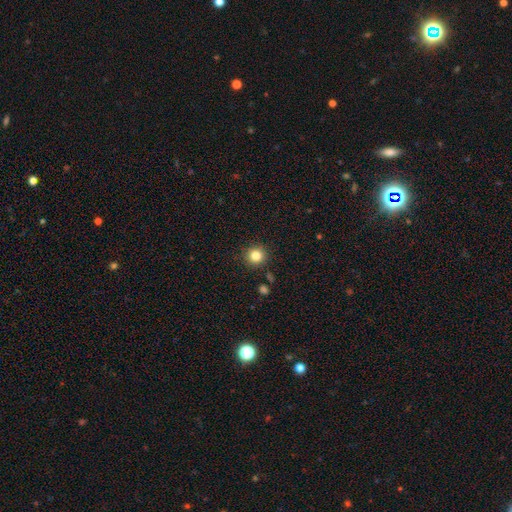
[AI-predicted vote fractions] Smooth or featured? smooth (83%)
How rounded? round (93%)
Merging? none (89%)